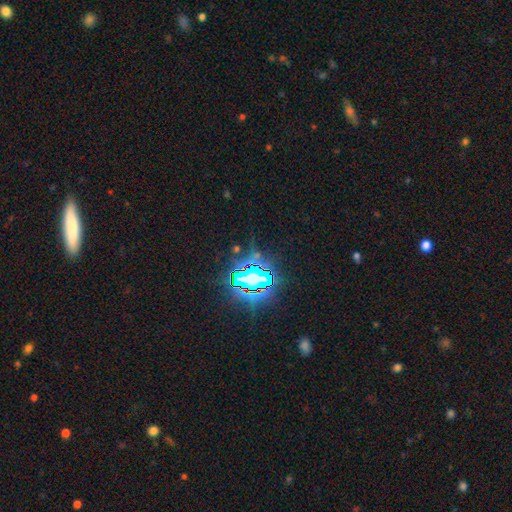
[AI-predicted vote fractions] Overall: star or artifact (79%).